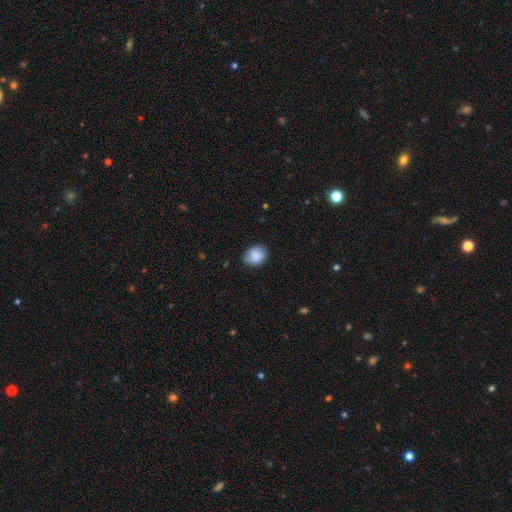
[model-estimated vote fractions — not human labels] smooth-or-featured: smooth: 85% | featured or disk: 8% | star or artifact: 7%
  how-rounded: in between: 53% | round: 46% | cigar-shaped: 1%
  merging: none: 77% | minor disturbance: 18% | major disturbance: 3% | merger: 1%